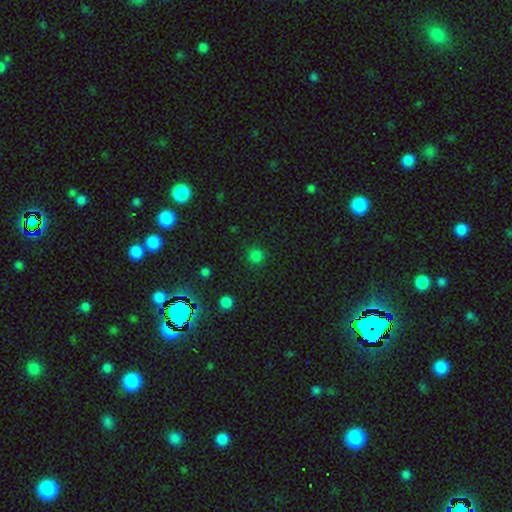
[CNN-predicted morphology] Smooth or featured? Predicted: smooth (p=0.79). How rounded? Predicted: round (p=0.93). Merging? Predicted: none (p=0.86).